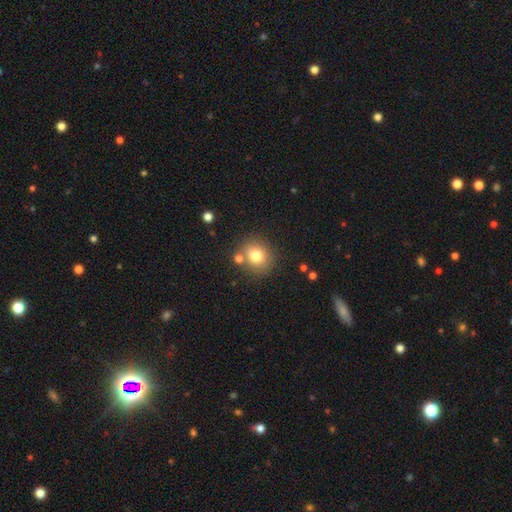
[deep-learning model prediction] This appears to be a smooth galaxy with no disk features (77%) that is round (82%). Merging: none (75%).